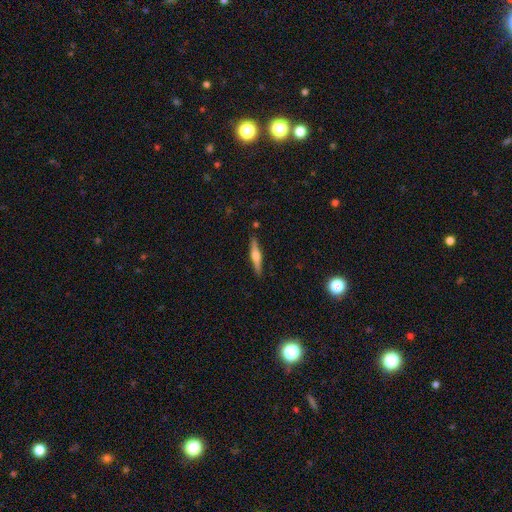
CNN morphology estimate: Smooth or featured? Predicted: featured or disk (p=0.61). Edge-on disk? Predicted: yes (p=0.97). Edge-on bulge? Predicted: rounded (p=0.87). Merging? Predicted: none (p=0.89).